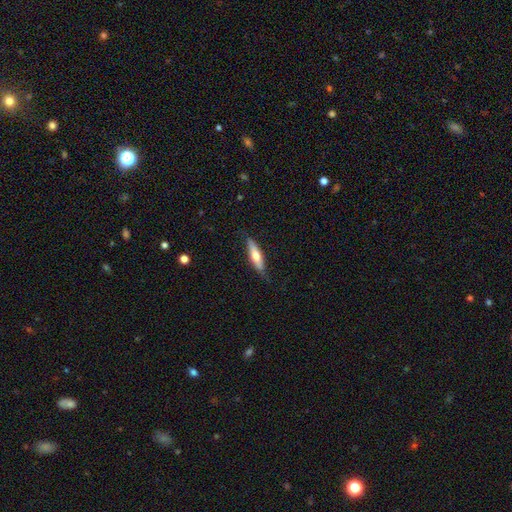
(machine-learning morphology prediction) Smooth or featured: smooth — 56% (featured or disk — 38%)
How rounded: cigar-shaped — 68% (in between — 30%)
Merging: none — 76% (minor disturbance — 19%)